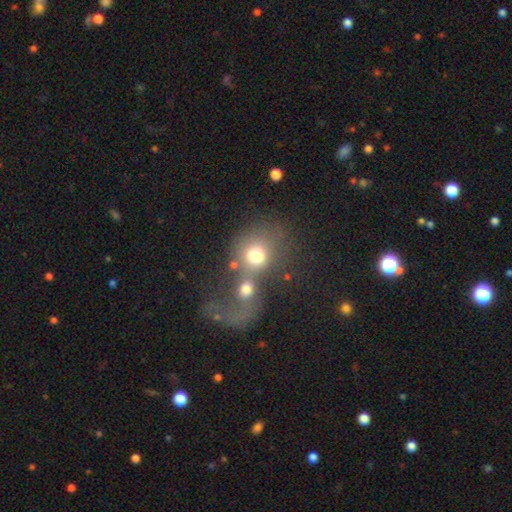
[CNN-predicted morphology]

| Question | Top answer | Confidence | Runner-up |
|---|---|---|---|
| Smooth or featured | smooth | 65% | featured or disk (21%) |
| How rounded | round | 73% | in between (26%) |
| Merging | merger | 60% | none (20%) |